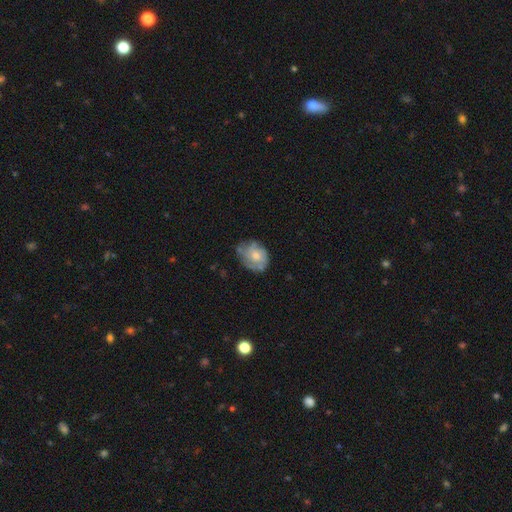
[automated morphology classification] featured or disk 50%, smooth 43%, star or artifact 7%. Down the decision tree: merging — none (55%).